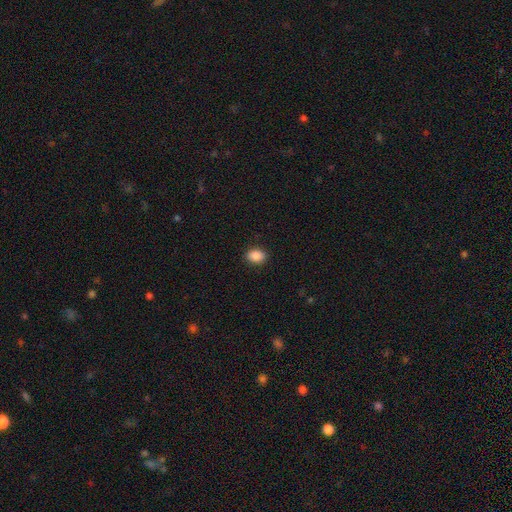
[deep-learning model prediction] A smooth galaxy with no disk features (89%) that is in between round and cigar-shaped (74%). Merging: none (90%).